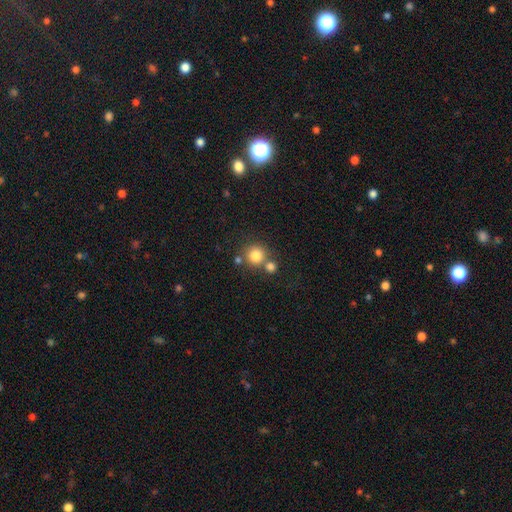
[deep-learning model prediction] The model was most divided on "merging": none: 64%, merger: 25%, minor disturbance: 8%, major disturbance: 3%. More confident: how rounded — round (92%); smooth or featured — smooth (81%).